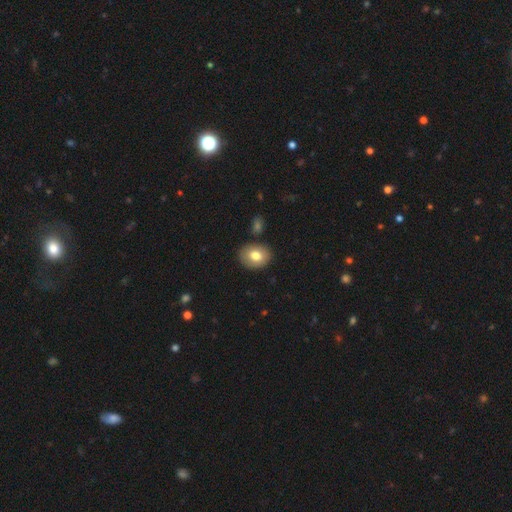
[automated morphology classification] The model was most divided on "how rounded": in between: 57%, round: 42%, cigar-shaped: 1%. More confident: merging — none (84%); smooth or featured — smooth (76%).